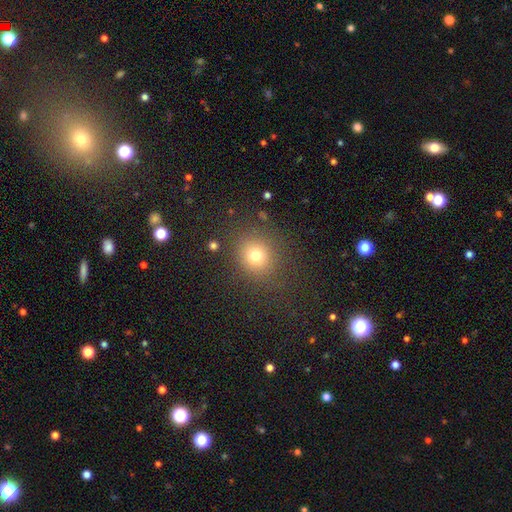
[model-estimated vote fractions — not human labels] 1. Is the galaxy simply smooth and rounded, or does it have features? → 75% smooth, 17% star or artifact, 8% featured or disk.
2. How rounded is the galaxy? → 85% round, 14% in between, 1% cigar-shaped.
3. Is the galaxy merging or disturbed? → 83% none, 9% minor disturbance, 6% major disturbance, 2% merger.